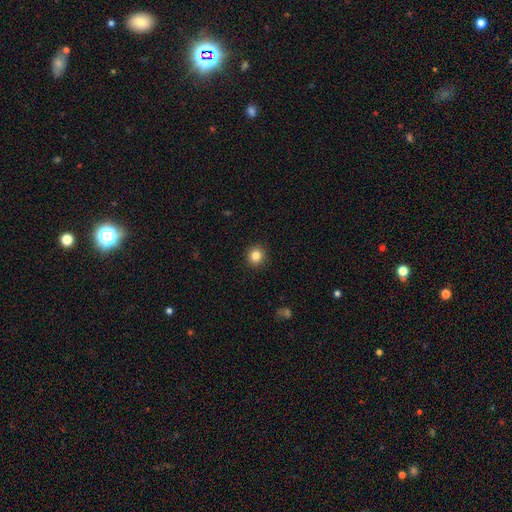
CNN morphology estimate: Smooth or featured?
  - smooth: 84% *
  - star or artifact: 11%
  - featured or disk: 5%
How rounded?
  - round: 91% *
  - in between: 8%
  - cigar-shaped: 1%
Merging?
  - none: 92% *
  - minor disturbance: 5%
  - major disturbance: 2%
  - merger: 1%